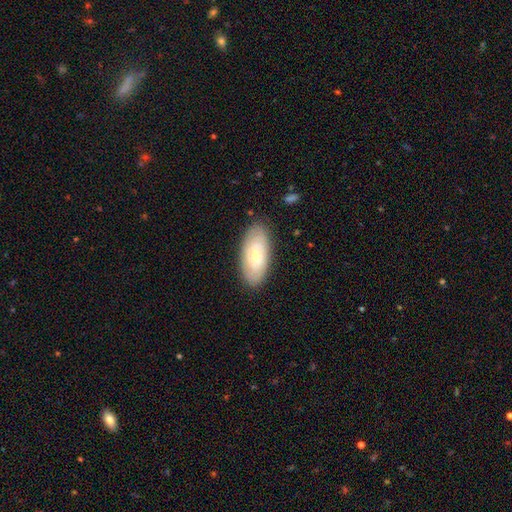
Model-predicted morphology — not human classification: smooth 57%, featured or disk 36%, star or artifact 6%. Down the decision tree: how rounded — in between (87%); merging — none (85%).